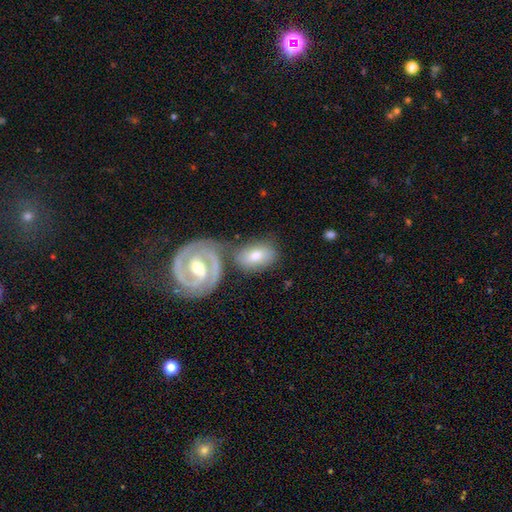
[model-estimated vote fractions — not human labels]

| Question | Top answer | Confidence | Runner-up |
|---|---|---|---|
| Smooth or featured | featured or disk | 52% | smooth (42%) |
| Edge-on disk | no | 93% | yes (7%) |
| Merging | none | 58% | merger (22%) |